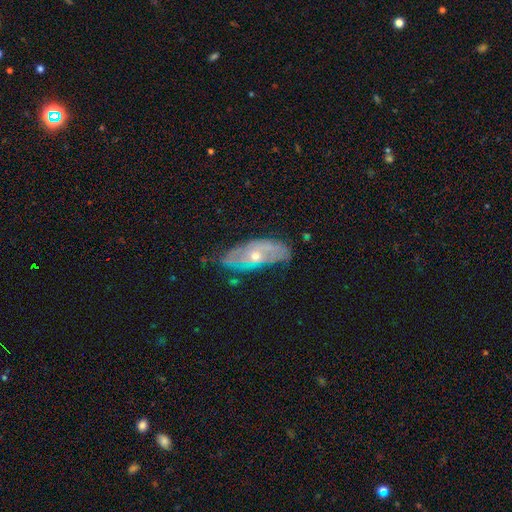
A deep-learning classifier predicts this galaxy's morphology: Smooth or featured?
  - featured or disk: 70% *
  - smooth: 21%
  - star or artifact: 8%
Edge-on disk?
  - no: 80% *
  - yes: 20%
Bar?
  - no: 71% *
  - weak: 23%
  - strong: 7%
Spiral arms?
  - yes: 61% *
  - no: 39%
Bulge size?
  - moderate: 56% *
  - small: 41%
  - large: 2%
  - none: 1%
  - dominant: 1%
Merging?
  - none: 62% *
  - minor disturbance: 27%
  - major disturbance: 8%
  - merger: 3%